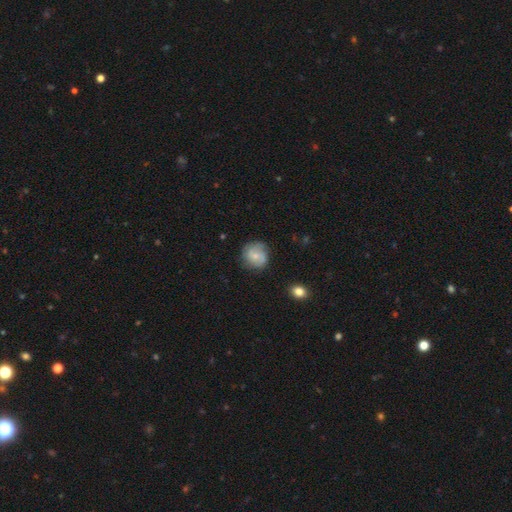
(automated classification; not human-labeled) Smooth or featured?
  - smooth: 50% *
  - featured or disk: 42%
  - star or artifact: 8%
How rounded?
  - round: 84% *
  - in between: 15%
  - cigar-shaped: 1%
Merging?
  - none: 72% *
  - minor disturbance: 21%
  - major disturbance: 6%
  - merger: 2%